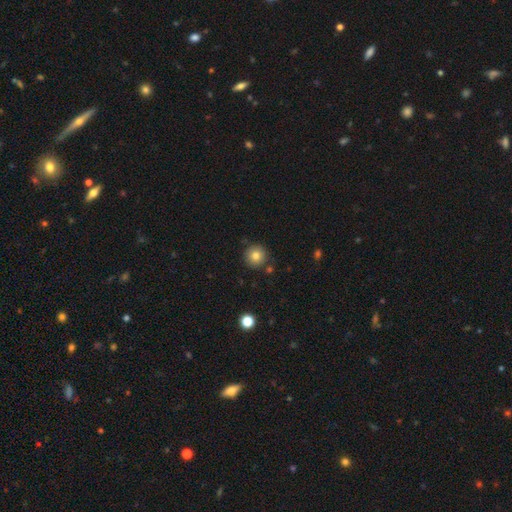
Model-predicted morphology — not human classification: type=smooth (80%); roundness=round (95%); merging=none (85%).